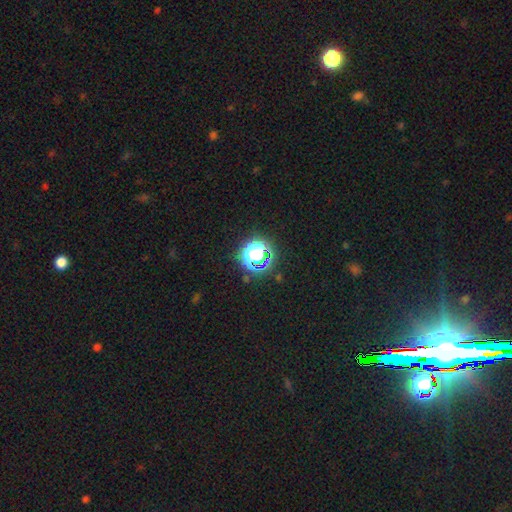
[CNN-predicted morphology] type=star or artifact (54%).